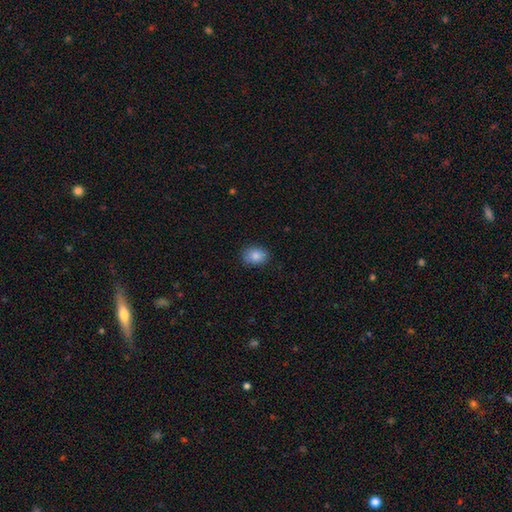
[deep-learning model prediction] Smooth or featured?
  - smooth: 86% *
  - star or artifact: 8%
  - featured or disk: 6%
How rounded?
  - in between: 66% *
  - round: 33%
  - cigar-shaped: 1%
Merging?
  - none: 86% *
  - minor disturbance: 11%
  - major disturbance: 2%
  - merger: 1%